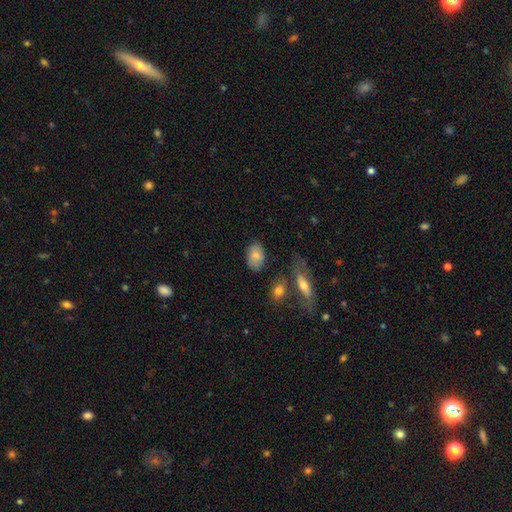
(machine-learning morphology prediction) type=smooth (81%); roundness=in between (85%); merging=none (74%).